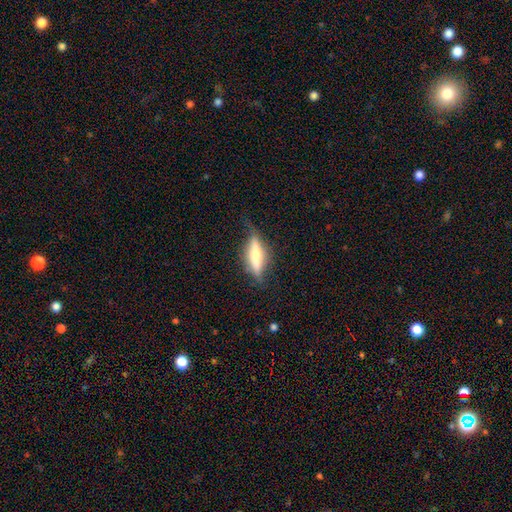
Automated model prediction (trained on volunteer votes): Smooth or featured: featured or disk — 55% (smooth — 38%)
Edge-on disk: yes — 88% (no — 12%)
Merging: none — 72% (minor disturbance — 19%)